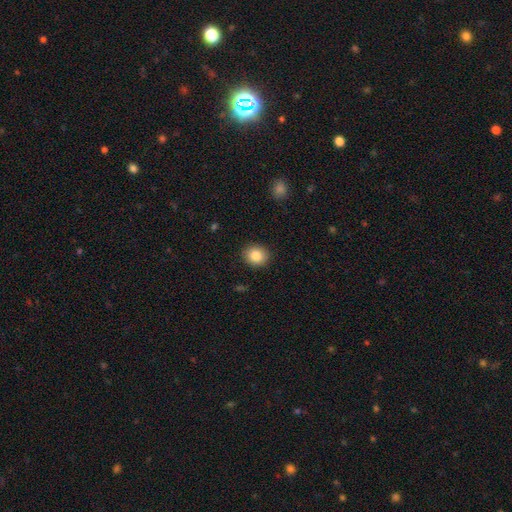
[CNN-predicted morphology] Smooth or featured?
  - smooth: 84% *
  - star or artifact: 9%
  - featured or disk: 7%
How rounded?
  - round: 71% *
  - in between: 28%
  - cigar-shaped: 1%
Merging?
  - none: 90% *
  - minor disturbance: 7%
  - major disturbance: 2%
  - merger: 1%